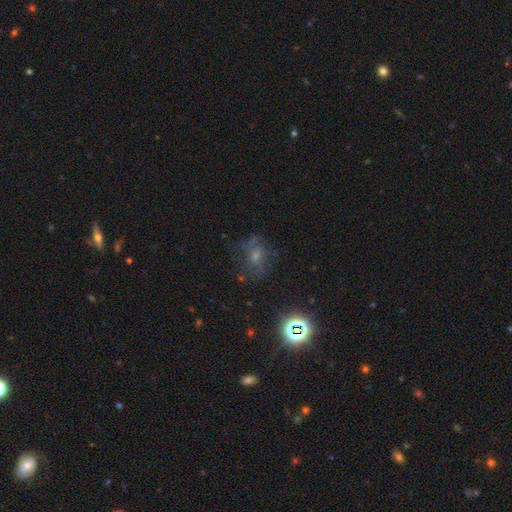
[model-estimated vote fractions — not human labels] A featured or disk galaxy (37%).

Vote fractions:
- Smooth or featured? featured or disk: 37% / smooth: 33% / star or artifact: 30%
- Merging? none: 57% / minor disturbance: 20% / major disturbance: 20% / merger: 3%